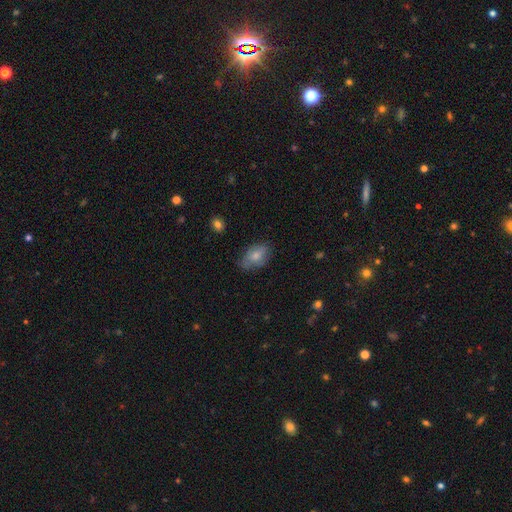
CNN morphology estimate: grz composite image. It shows a smooth galaxy with no disk features (73%) that is in between round and cigar-shaped (89%). Merging: none (66%).